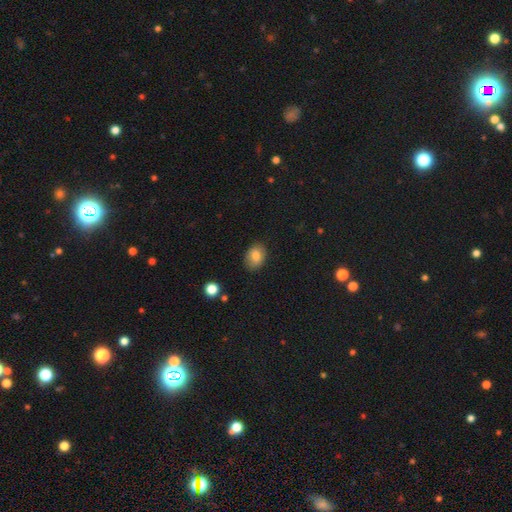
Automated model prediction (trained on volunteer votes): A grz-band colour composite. It shows a smooth galaxy with no disk features (80%) that is in between round and cigar-shaped (66%). Merging: none (83%).